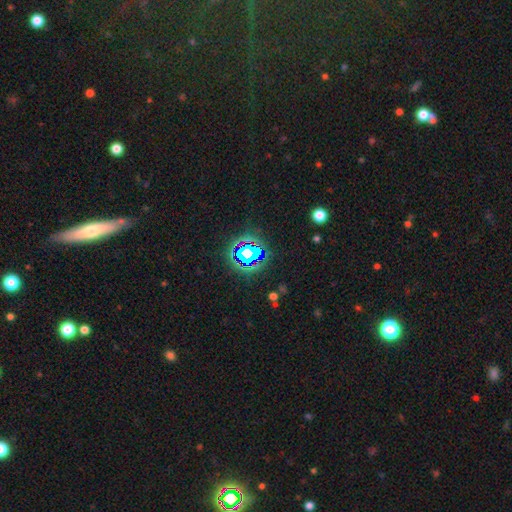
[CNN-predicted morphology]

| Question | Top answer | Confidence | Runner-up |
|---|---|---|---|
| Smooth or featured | star or artifact | 76% | smooth (14%) |